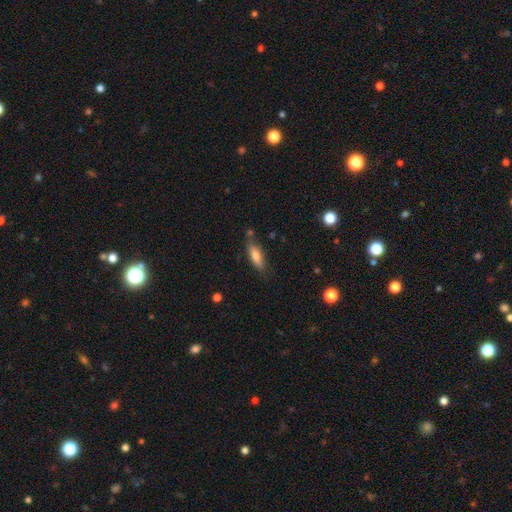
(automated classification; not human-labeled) smooth-or-featured: smooth: 75% | featured or disk: 18% | star or artifact: 7%
  how-rounded: in between: 51% | cigar-shaped: 47% | round: 2%
  merging: none: 71% | minor disturbance: 19% | merger: 6% | major disturbance: 4%